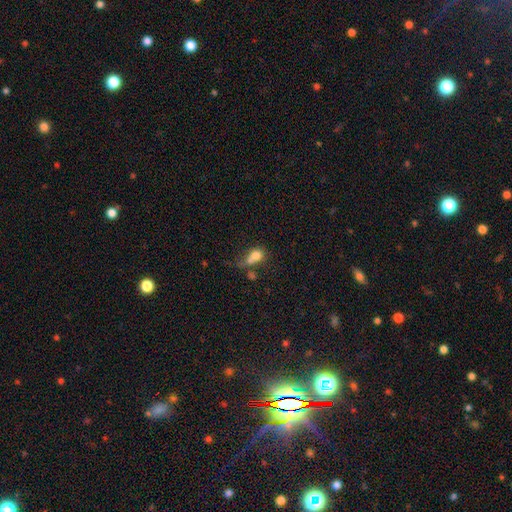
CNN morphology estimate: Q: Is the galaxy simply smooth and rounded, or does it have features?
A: smooth — 74%.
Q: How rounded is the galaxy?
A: round — 49%, tied with in between.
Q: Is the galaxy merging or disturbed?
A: merger — 45%.